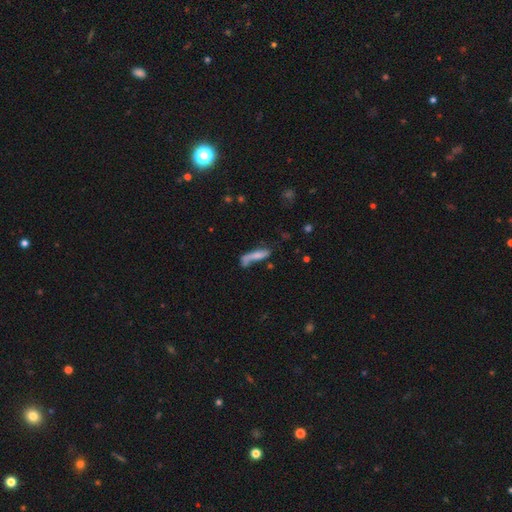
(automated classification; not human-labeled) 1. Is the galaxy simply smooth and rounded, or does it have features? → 62% smooth, 29% featured or disk, 9% star or artifact.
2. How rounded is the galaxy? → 75% cigar-shaped, 23% in between, 2% round.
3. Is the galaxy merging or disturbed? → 41% none, 22% minor disturbance, 20% merger, 17% major disturbance.